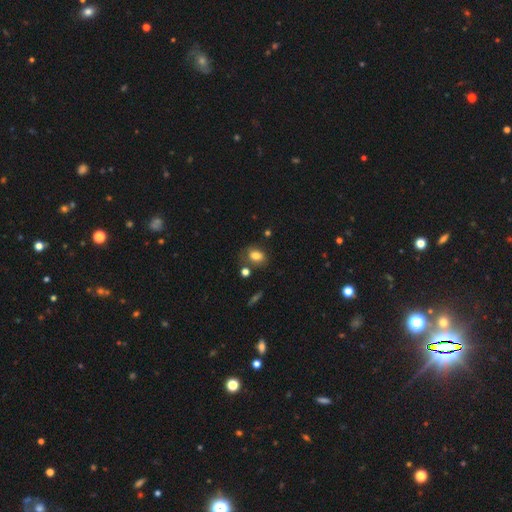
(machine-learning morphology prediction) Overall: smooth (79%). How rounded: in between (68%; round 31%). Merging: none (66%).